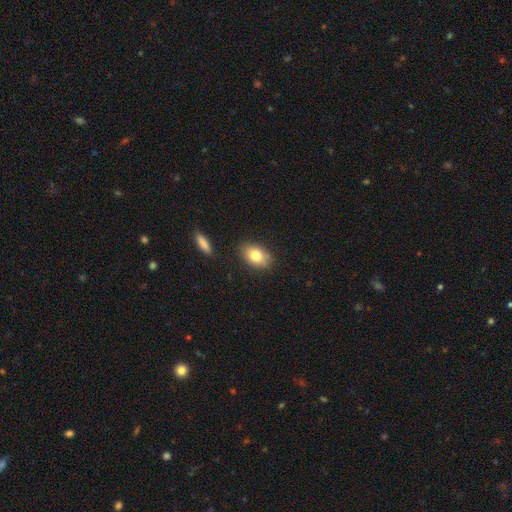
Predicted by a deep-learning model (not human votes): smooth-or-featured: smooth: 80% | featured or disk: 12% | star or artifact: 8%
  how-rounded: in between: 84% | round: 14% | cigar-shaped: 2%
  merging: none: 84% | minor disturbance: 11% | major disturbance: 2% | merger: 2%